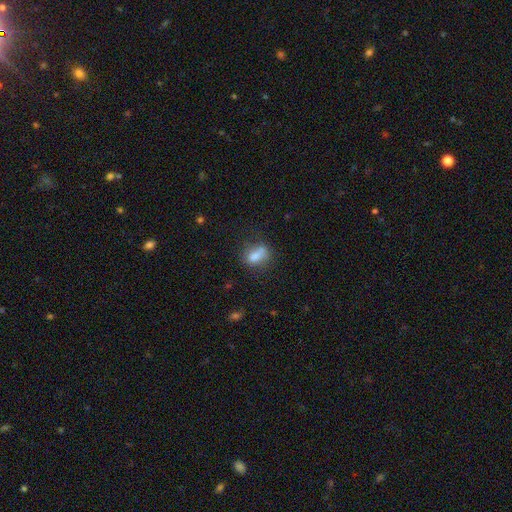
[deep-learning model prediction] A smooth galaxy with no disk features (72%) that is in between round and cigar-shaped (67%). Merging: none (48%).